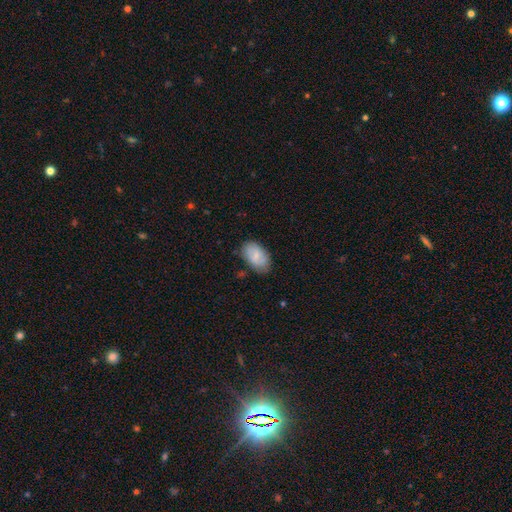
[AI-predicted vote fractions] This is likely a smooth galaxy (71%). How rounded: clearly in between (93%). Merging: likely none (71%).